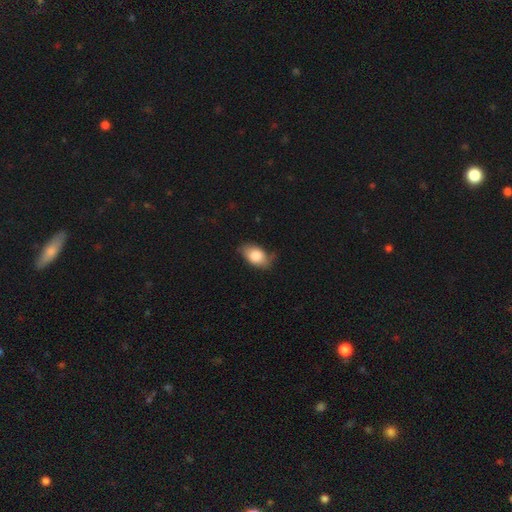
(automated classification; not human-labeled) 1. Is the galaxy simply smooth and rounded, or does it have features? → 80% smooth, 13% featured or disk, 7% star or artifact.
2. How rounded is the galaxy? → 90% in between, 8% round, 2% cigar-shaped.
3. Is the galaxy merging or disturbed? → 63% none, 29% minor disturbance, 6% major disturbance, 2% merger.